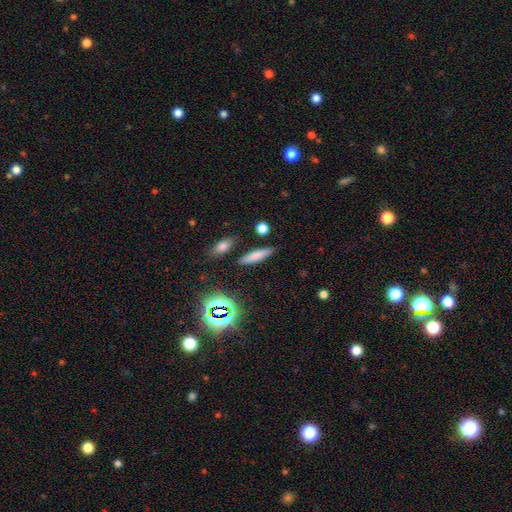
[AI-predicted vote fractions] smooth 75%, featured or disk 12%, star or artifact 12%. Down the decision tree: how rounded — cigar-shaped (69%); merging — none (85%).